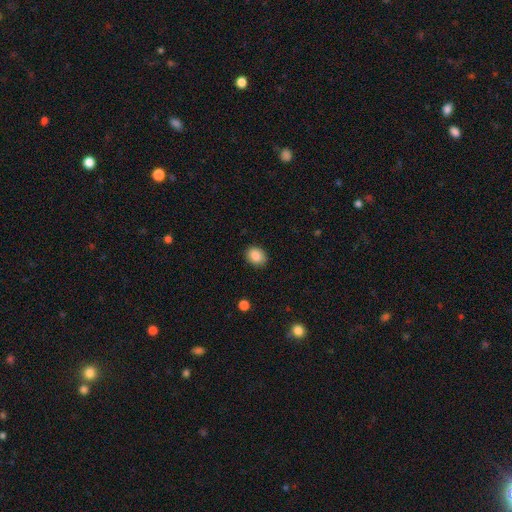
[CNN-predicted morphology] type=smooth (88%); roundness=in between (58%); merging=none (87%).